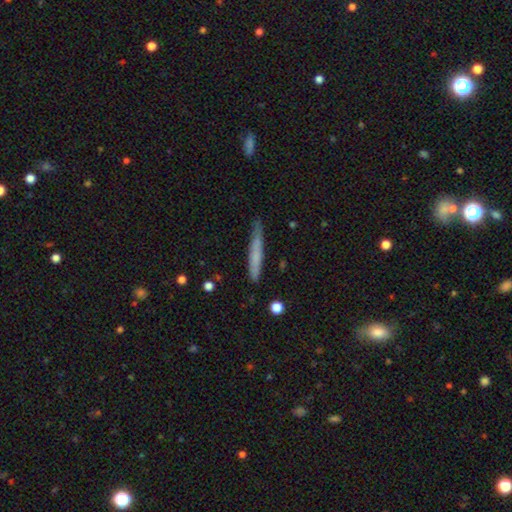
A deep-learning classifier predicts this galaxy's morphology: Smooth or featured? smooth (65%)
How rounded? cigar-shaped (95%)
Merging? none (73%)